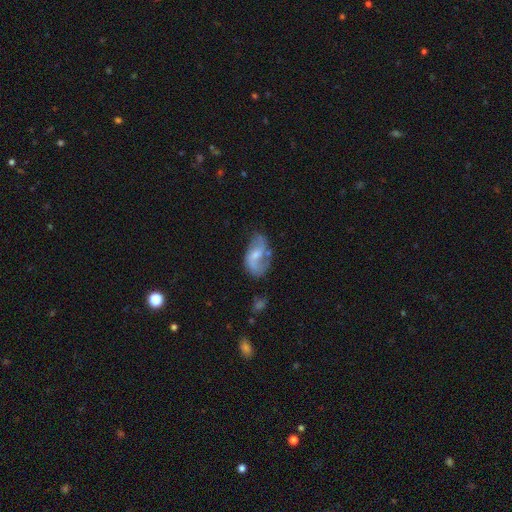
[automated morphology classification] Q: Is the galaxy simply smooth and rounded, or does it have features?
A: featured or disk — 67%.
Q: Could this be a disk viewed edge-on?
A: no — 97%.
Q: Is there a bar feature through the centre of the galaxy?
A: weak — 47%.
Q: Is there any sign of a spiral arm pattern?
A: yes — 83%.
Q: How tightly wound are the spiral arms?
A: loose — 59%.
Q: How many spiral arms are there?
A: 2 — 80%.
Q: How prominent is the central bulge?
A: small — 43%.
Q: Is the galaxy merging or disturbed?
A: none — 50%.